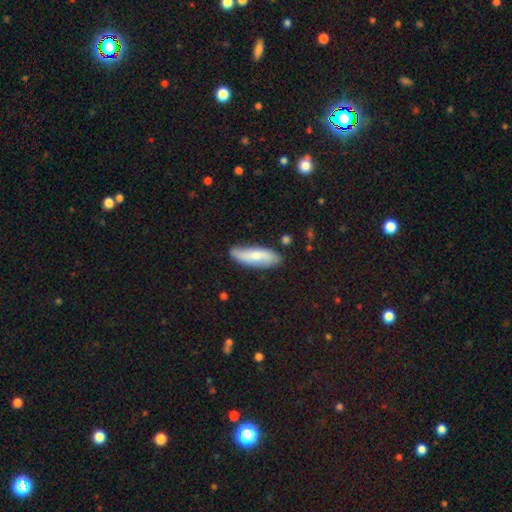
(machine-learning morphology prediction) smooth_or_featured: smooth (p=0.64) [alt: featured or disk p=0.30]
how_rounded: in between (p=0.49) [tied with: cigar-shaped p=0.49]
merging: none (p=0.79) [alt: minor disturbance p=0.16]